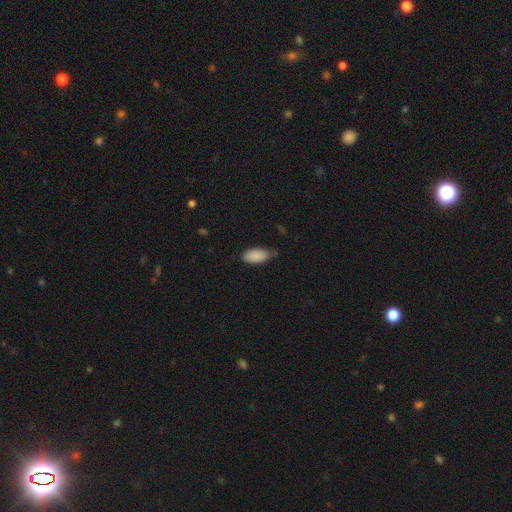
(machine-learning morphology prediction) This is clearly a smooth galaxy (89%). How rounded: clearly in between (93%). Merging: likely none (69%).